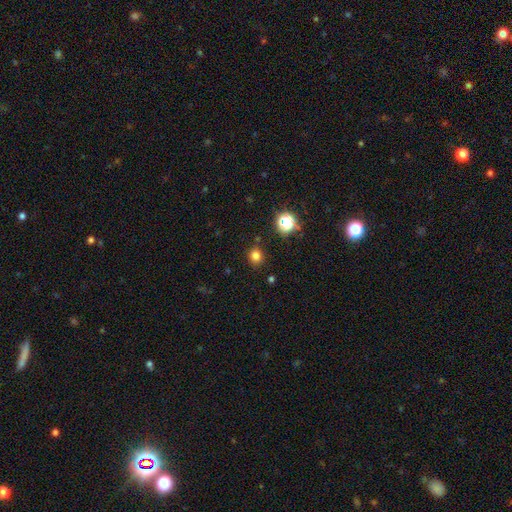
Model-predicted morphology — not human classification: A smooth galaxy with no disk features (78%) that is round (84%). Merging: none (86%).